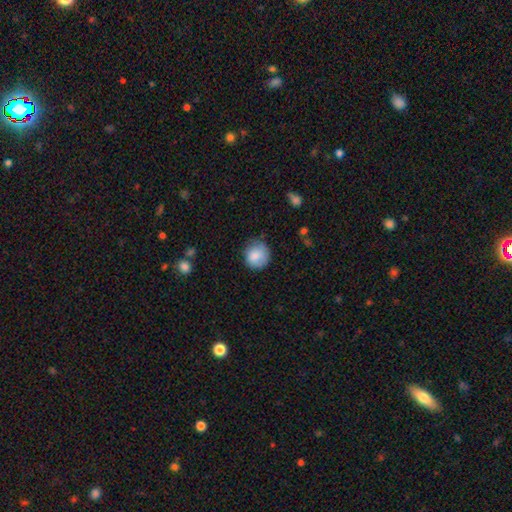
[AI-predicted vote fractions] smooth_or_featured: smooth (p=0.84) [alt: featured or disk p=0.08]
how_rounded: round (p=0.87) [alt: in between p=0.12]
merging: none (p=0.71) [alt: minor disturbance p=0.23]